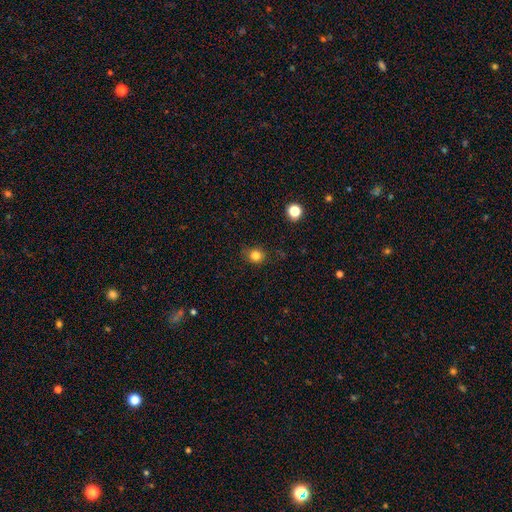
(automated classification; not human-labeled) A smooth galaxy with no disk features (82%) that is round (80%).

Vote fractions:
- Smooth or featured? smooth: 82% / star or artifact: 13% / featured or disk: 5%
- How rounded? round: 80% / in between: 19% / cigar-shaped: 1%
- Merging? none: 81% / minor disturbance: 14% / major disturbance: 3% / merger: 1%